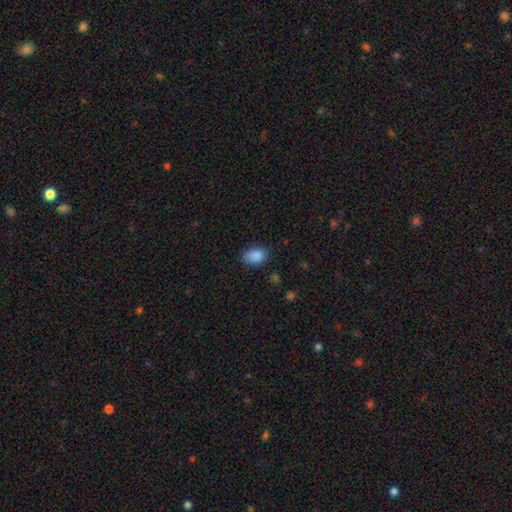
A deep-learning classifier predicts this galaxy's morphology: Q: Smooth or featured?
A: smooth (88%); runner-up: star or artifact (9%)
Q: How rounded?
A: in between (86%); runner-up: round (12%)
Q: Merging?
A: none (77%); runner-up: minor disturbance (18%)